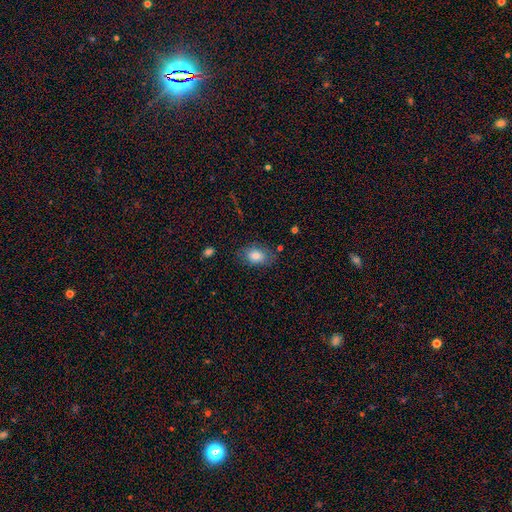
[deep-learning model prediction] A smooth galaxy with no disk features (79%) that is in between round and cigar-shaped (82%). Merging: none (73%).